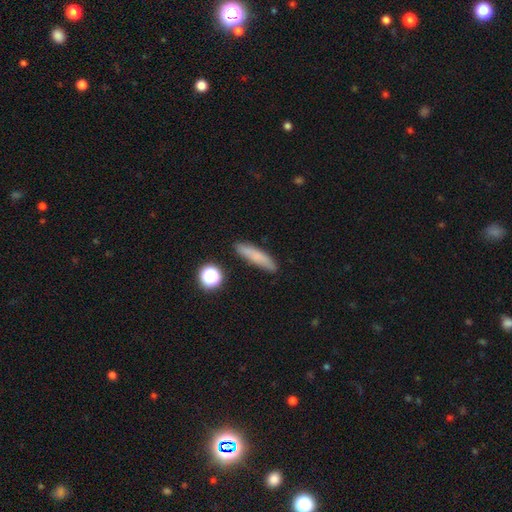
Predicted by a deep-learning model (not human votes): A smooth galaxy with no disk features (75%) that is cigar-shaped (82%). Merging: none (86%).